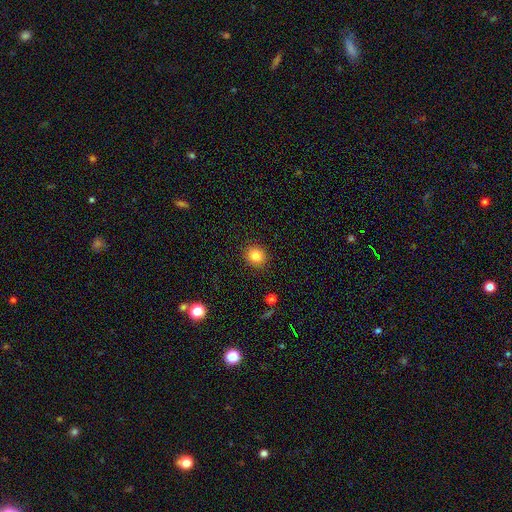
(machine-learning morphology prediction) The model was most divided on "smooth or featured": smooth: 83%, star or artifact: 11%, featured or disk: 6%. More confident: merging — none (90%); how rounded — round (89%).